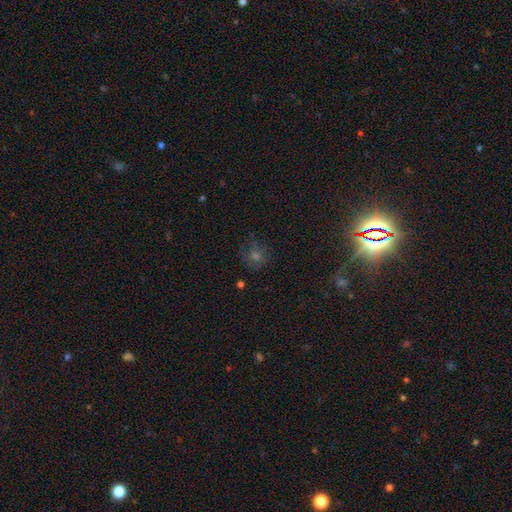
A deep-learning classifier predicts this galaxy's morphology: Smooth or featured?
  - star or artifact: 42% *
  - smooth: 39%
  - featured or disk: 19%